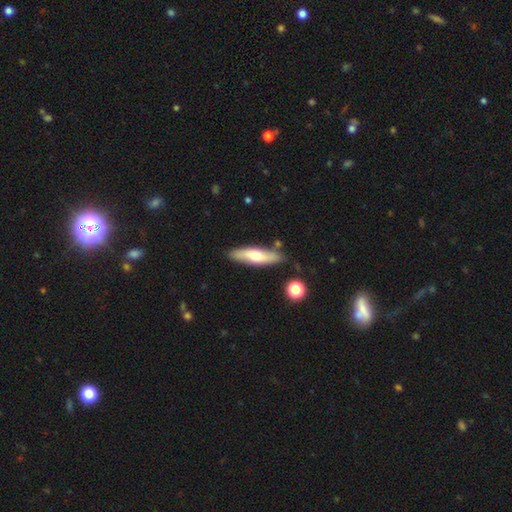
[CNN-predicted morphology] A smooth galaxy with no disk features (57%) that is cigar-shaped (70%).

Vote fractions:
- Smooth or featured? smooth: 57% / featured or disk: 37% / star or artifact: 6%
- How rounded? cigar-shaped: 70% / in between: 28% / round: 2%
- Merging? none: 82% / minor disturbance: 12% / merger: 4% / major disturbance: 2%